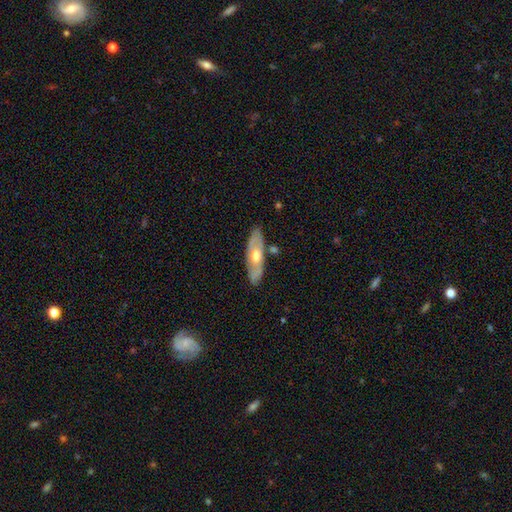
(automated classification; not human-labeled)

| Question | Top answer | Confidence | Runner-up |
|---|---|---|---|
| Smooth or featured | featured or disk | 54% | smooth (40%) |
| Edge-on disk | no | 63% | yes (37%) |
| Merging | none | 80% | minor disturbance (13%) |